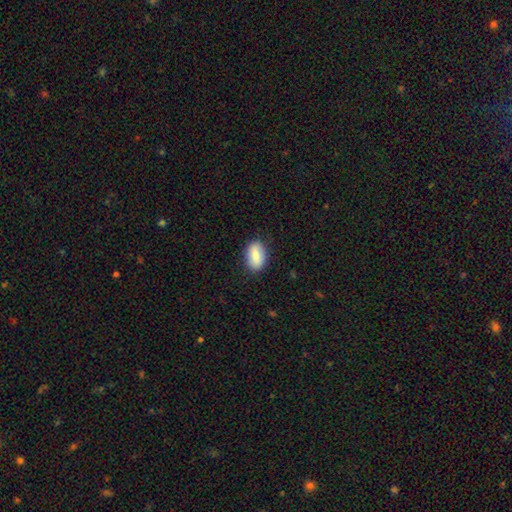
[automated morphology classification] Smooth or featured: smooth — 82% (featured or disk — 12%)
How rounded: in between — 89% (round — 9%)
Merging: none — 85% (minor disturbance — 11%)